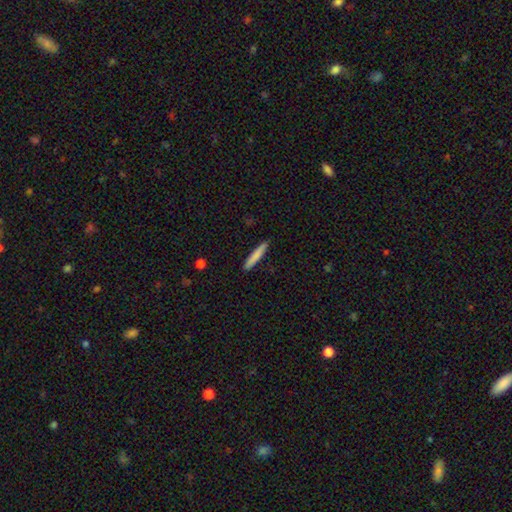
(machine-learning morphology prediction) smooth-or-featured: smooth: 79% | featured or disk: 15% | star or artifact: 6%
  how-rounded: cigar-shaped: 94% | in between: 5% | round: 1%
  merging: none: 89% | minor disturbance: 8% | major disturbance: 2% | merger: 1%